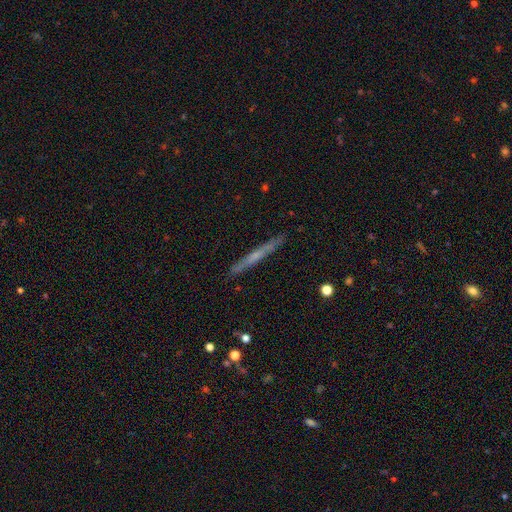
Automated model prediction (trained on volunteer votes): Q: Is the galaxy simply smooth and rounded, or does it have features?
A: featured or disk — 54%.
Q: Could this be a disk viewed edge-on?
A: yes — 96%.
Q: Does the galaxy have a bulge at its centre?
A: none — 69%.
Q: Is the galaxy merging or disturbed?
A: none — 90%.